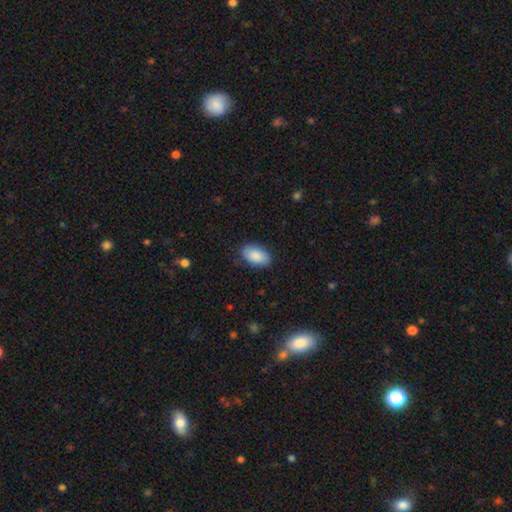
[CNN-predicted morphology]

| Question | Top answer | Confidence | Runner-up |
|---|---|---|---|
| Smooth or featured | smooth | 89% | star or artifact (6%) |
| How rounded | in between | 94% | round (4%) |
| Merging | none | 85% | minor disturbance (11%) |